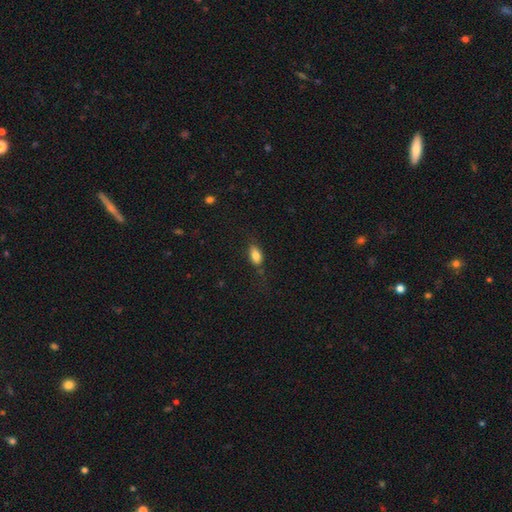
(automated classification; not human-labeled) A smooth galaxy with no disk features (81%) that is in between round and cigar-shaped (87%).

Vote fractions:
- Smooth or featured? smooth: 81% / featured or disk: 11% / star or artifact: 8%
- How rounded? in between: 87% / round: 7% / cigar-shaped: 6%
- Merging? none: 73% / minor disturbance: 19% / major disturbance: 6% / merger: 2%